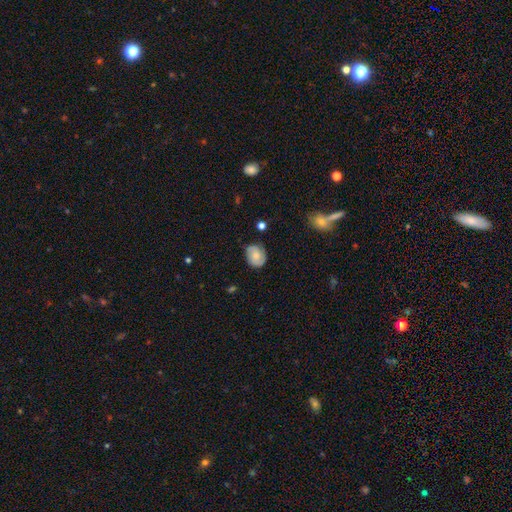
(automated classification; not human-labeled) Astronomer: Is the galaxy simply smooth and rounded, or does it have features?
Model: smooth — 58% (runner-up: featured or disk, 34%).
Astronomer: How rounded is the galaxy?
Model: round — 55% (runner-up: in between, 44%).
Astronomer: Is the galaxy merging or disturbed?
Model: none — 71%.